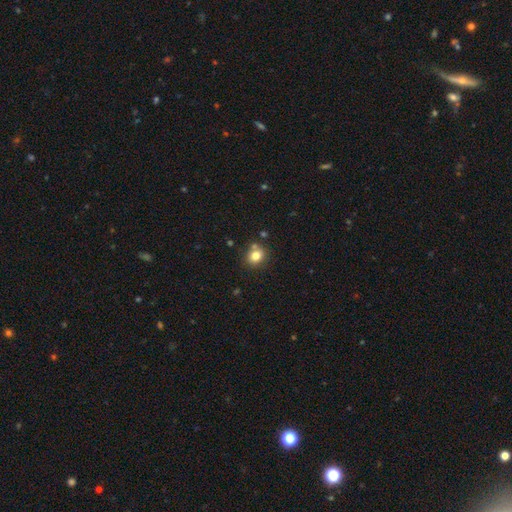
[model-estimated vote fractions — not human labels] This appears to be a smooth galaxy with no disk features (80%) that is round (70%). Merging: none (75%).